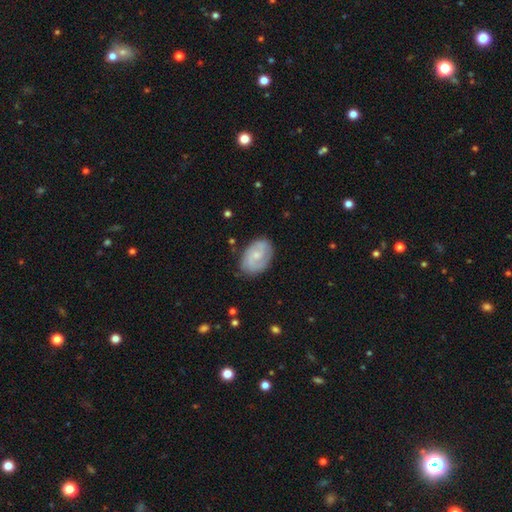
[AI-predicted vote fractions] Overall: featured or disk (58%; smooth 36%). Edge-on disk: no (97%). Bar: no (62%; weak 34%). Spiral arms: yes (84%). Bulge size: small (59%; moderate 32%). Merging: none (75%).